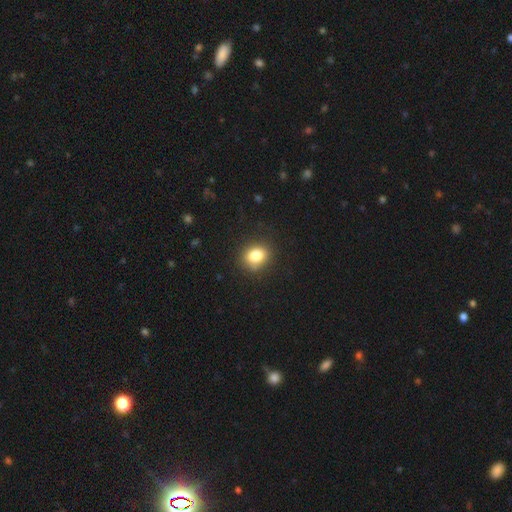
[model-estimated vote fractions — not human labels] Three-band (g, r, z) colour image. It shows a smooth galaxy with no disk features (83%) that is round (56%). Merging: none (83%).